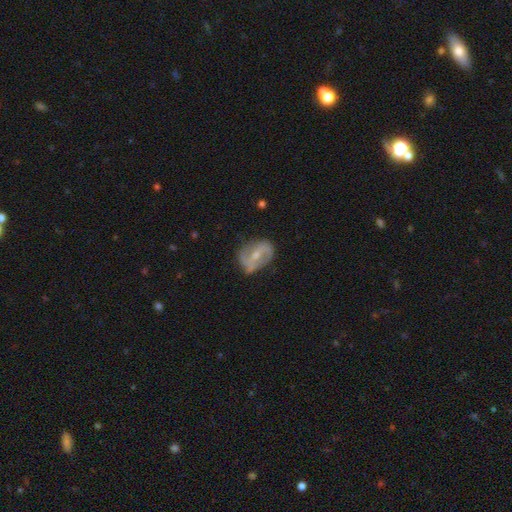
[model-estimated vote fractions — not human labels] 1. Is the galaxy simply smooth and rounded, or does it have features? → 71% featured or disk, 23% smooth, 7% star or artifact.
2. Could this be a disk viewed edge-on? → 96% no, 4% yes.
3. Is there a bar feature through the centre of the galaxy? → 44% weak, 34% strong, 23% no.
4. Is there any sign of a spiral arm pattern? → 79% yes, 21% no.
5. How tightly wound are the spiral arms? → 40% medium, 39% loose, 20% tight.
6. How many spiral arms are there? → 80% 2, 12% can't tell, 4% 1, 2% 3, 1% 4, 1% more than 4.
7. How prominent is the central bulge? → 47% moderate, 46% small, 4% none, 2% large, 1% dominant.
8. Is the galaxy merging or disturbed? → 63% none, 25% minor disturbance, 10% major disturbance, 2% merger.